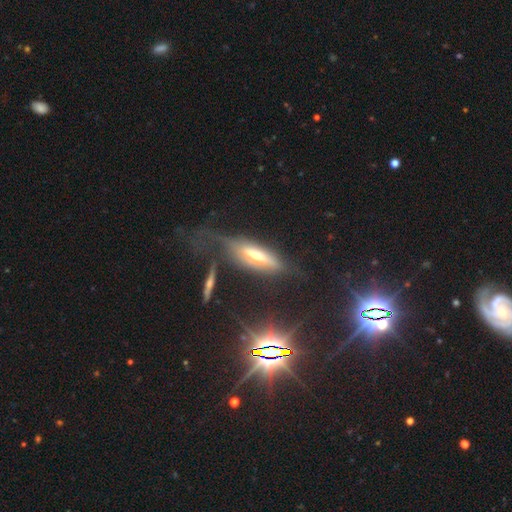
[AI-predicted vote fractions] Smooth or featured? featured or disk (49%)
Merging? none (44%)